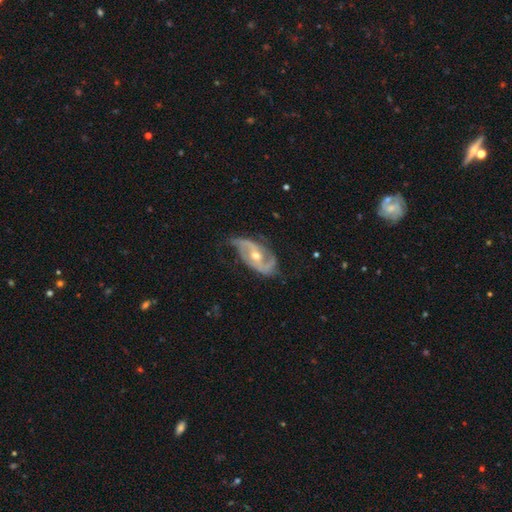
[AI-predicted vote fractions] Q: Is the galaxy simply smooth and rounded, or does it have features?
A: featured or disk — 88%.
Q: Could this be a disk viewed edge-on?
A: no — 95%.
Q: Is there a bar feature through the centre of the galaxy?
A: no — 47%.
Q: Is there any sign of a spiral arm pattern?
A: yes — 95%.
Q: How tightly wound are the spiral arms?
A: medium — 43%.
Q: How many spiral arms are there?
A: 2 — 84%.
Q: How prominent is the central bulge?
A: moderate — 65%.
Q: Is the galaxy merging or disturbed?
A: none — 60%.